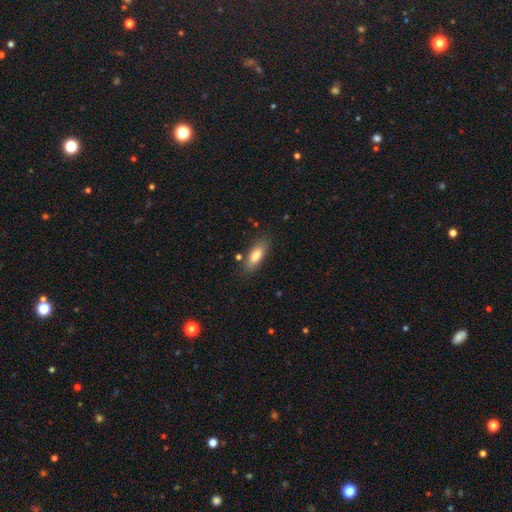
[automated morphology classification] smooth_or_featured: smooth (p=0.81) [alt: featured or disk p=0.13]
how_rounded: in between (p=0.72) [alt: cigar-shaped p=0.25]
merging: none (p=0.81) [alt: minor disturbance p=0.13]